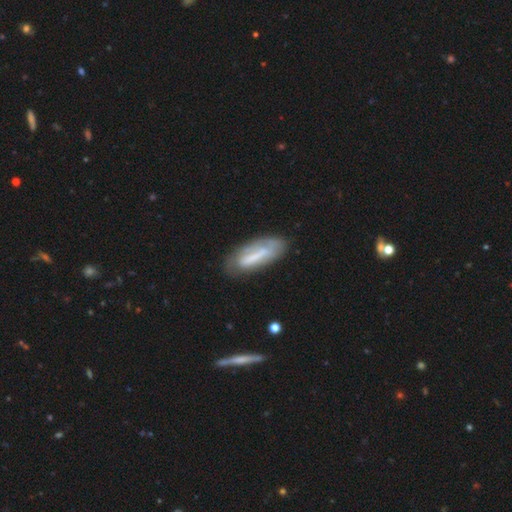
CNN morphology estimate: A smooth galaxy with no disk features (48%). Merging: none (65%).